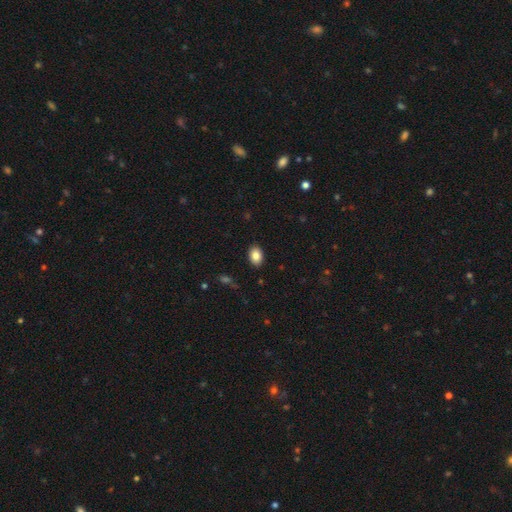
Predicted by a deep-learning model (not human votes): This is clearly a smooth galaxy (85%). How rounded: clearly in between (81%). Merging: clearly none (89%).